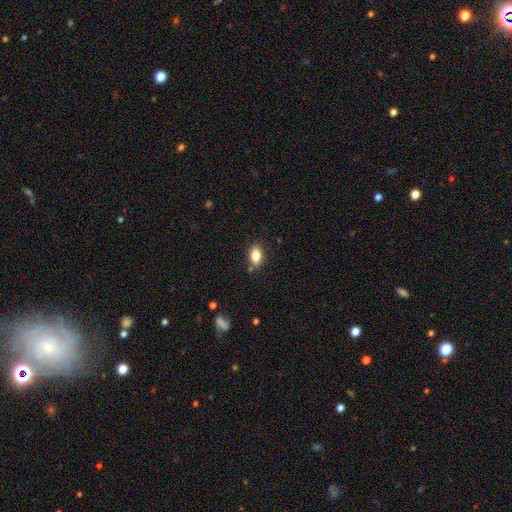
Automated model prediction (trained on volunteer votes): This appears to be a smooth galaxy with no disk features (81%) that is in between round and cigar-shaped (86%). Merging: none (82%).